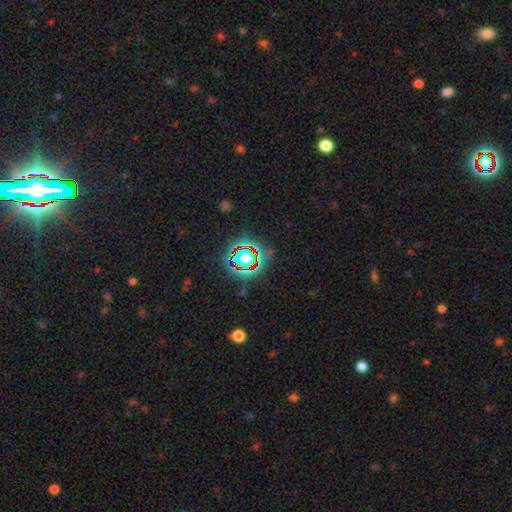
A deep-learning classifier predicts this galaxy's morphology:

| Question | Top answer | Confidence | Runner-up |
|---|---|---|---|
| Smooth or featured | star or artifact | 80% | smooth (12%) |